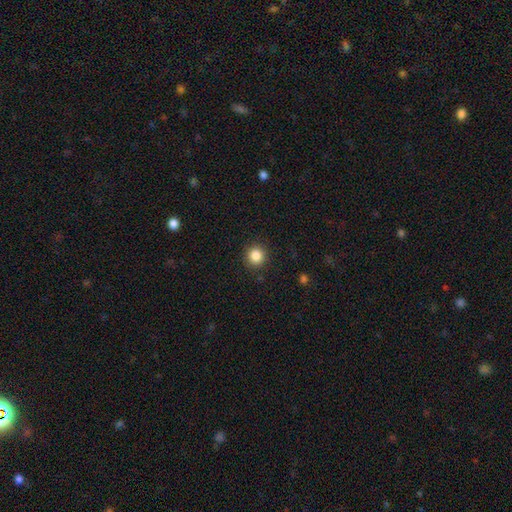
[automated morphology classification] A smooth galaxy with no disk features (85%) that is round (93%).

Vote fractions:
- Smooth or featured? smooth: 85% / star or artifact: 11% / featured or disk: 4%
- How rounded? round: 93% / in between: 6% / cigar-shaped: 1%
- Merging? none: 91% / minor disturbance: 6% / major disturbance: 2% / merger: 1%